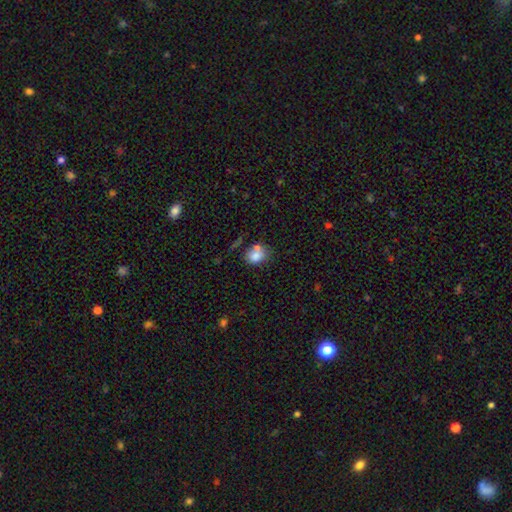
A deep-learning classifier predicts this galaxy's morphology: Smooth or featured?
  - smooth: 79% *
  - featured or disk: 11%
  - star or artifact: 10%
How rounded?
  - in between: 58% *
  - round: 41%
  - cigar-shaped: 1%
Merging?
  - none: 48% *
  - merger: 28%
  - minor disturbance: 17%
  - major disturbance: 7%